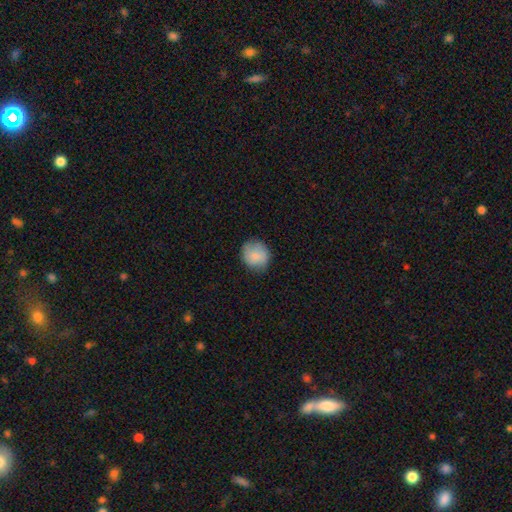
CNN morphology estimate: A smooth galaxy with no disk features (78%) that is round (85%).

Vote fractions:
- Smooth or featured? smooth: 78% / featured or disk: 14% / star or artifact: 7%
- How rounded? round: 85% / in between: 14% / cigar-shaped: 1%
- Merging? none: 77% / minor disturbance: 18% / major disturbance: 4% / merger: 1%